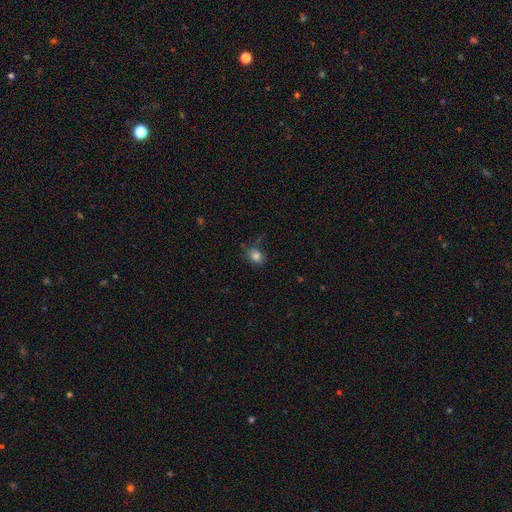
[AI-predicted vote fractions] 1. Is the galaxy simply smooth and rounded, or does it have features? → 82% smooth, 12% star or artifact, 6% featured or disk.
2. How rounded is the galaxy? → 50% round, 49% in between, 1% cigar-shaped.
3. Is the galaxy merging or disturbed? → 73% none, 18% minor disturbance, 5% major disturbance, 4% merger.